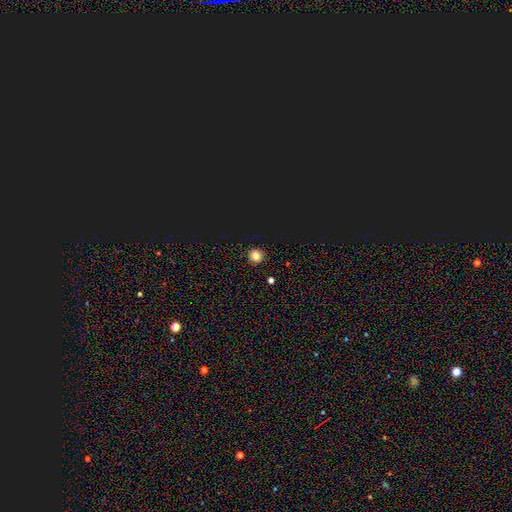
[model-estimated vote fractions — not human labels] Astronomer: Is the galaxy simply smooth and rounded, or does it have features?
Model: smooth — 77%.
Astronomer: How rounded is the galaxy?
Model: round — 94%.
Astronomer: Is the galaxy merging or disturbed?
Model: none — 92%.